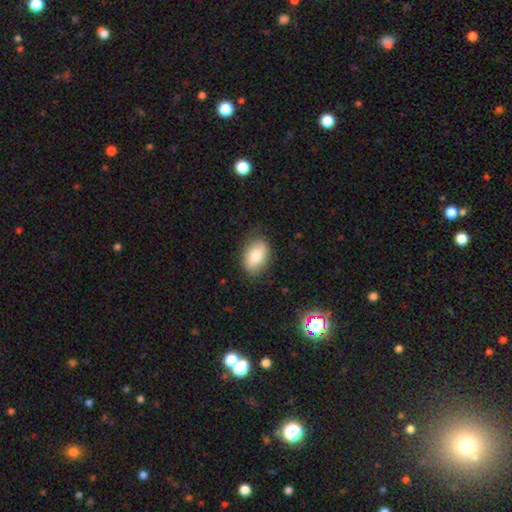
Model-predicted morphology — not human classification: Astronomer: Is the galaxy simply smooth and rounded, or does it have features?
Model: smooth — 77%.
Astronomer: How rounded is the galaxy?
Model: in between — 88%.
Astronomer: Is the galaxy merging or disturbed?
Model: none — 80%.